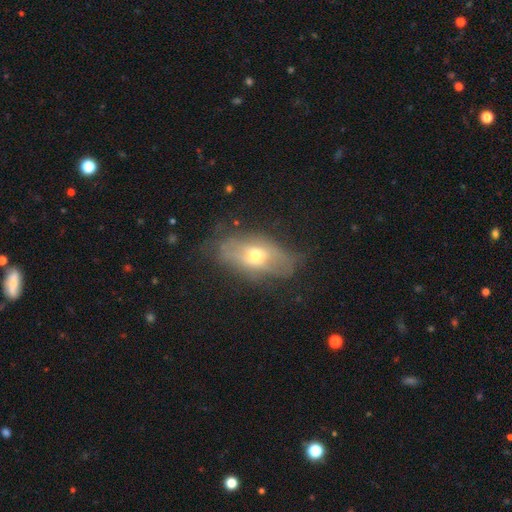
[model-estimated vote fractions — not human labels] smooth_or_featured: featured or disk (p=0.50) [alt: smooth p=0.41]
merging: none (p=0.54) [alt: minor disturbance p=0.28]